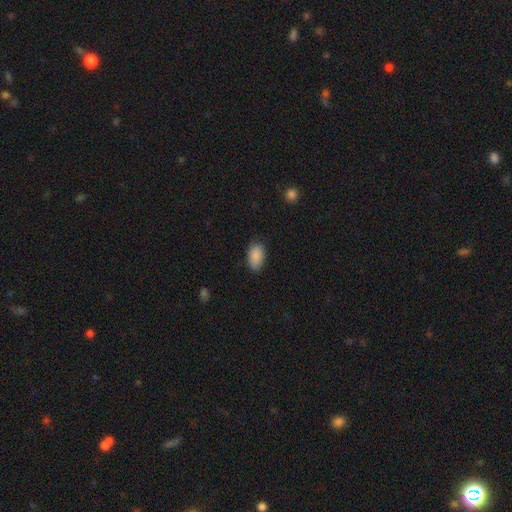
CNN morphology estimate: The model was most divided on "merging": none: 84%, minor disturbance: 12%, major disturbance: 3%, merger: 1%. More confident: how rounded — in between (93%); smooth or featured — smooth (89%).